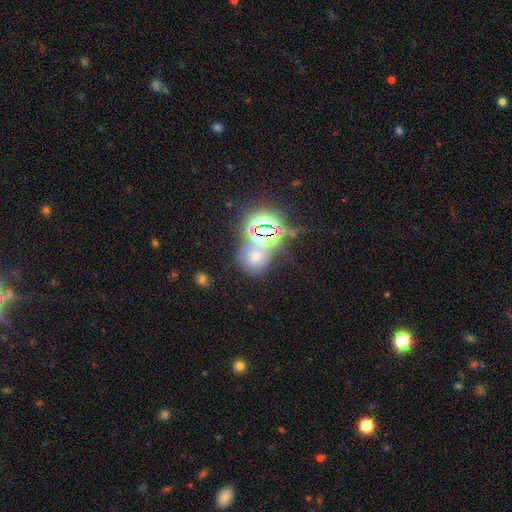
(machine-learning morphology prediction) type=star or artifact (61%).